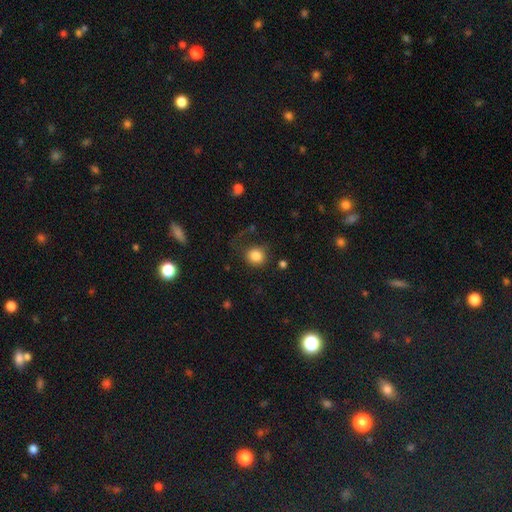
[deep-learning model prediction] Smooth or featured? smooth (84%)
How rounded? round (86%)
Merging? none (68%)